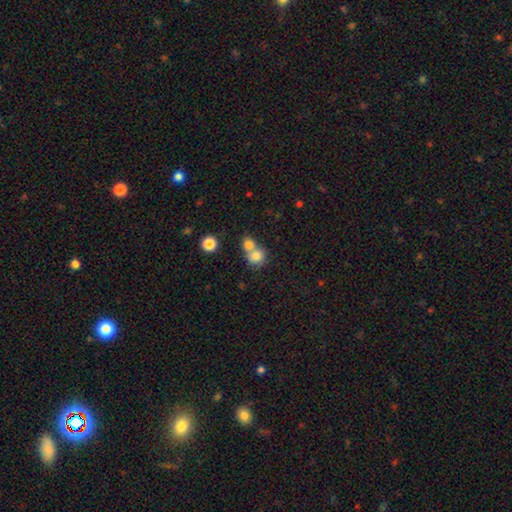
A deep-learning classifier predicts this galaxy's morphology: smooth_or_featured: smooth (p=0.77) [alt: featured or disk p=0.12]
how_rounded: round (p=0.79) [alt: in between p=0.20]
merging: merger (p=0.59) [alt: none p=0.33]